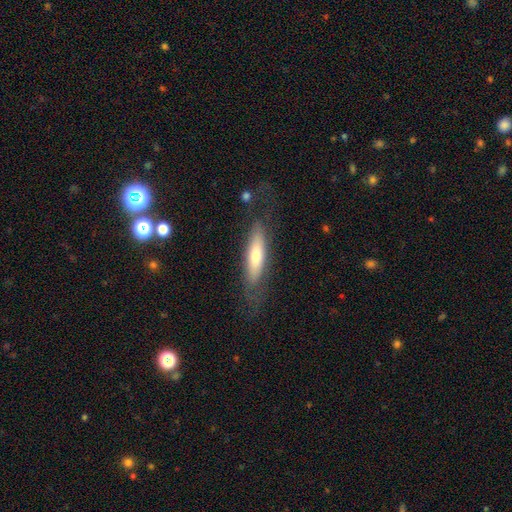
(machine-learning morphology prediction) A smooth galaxy with no disk features (53%) that is cigar-shaped (74%). Merging: none (74%).